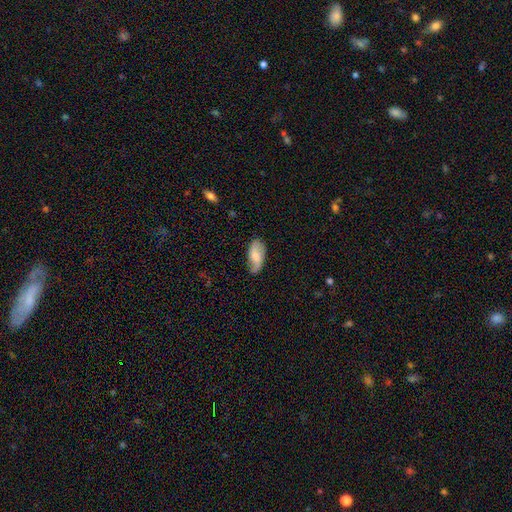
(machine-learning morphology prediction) This is possibly a smooth galaxy (53%). How rounded: clearly in between (90%). Merging: likely none (70%).